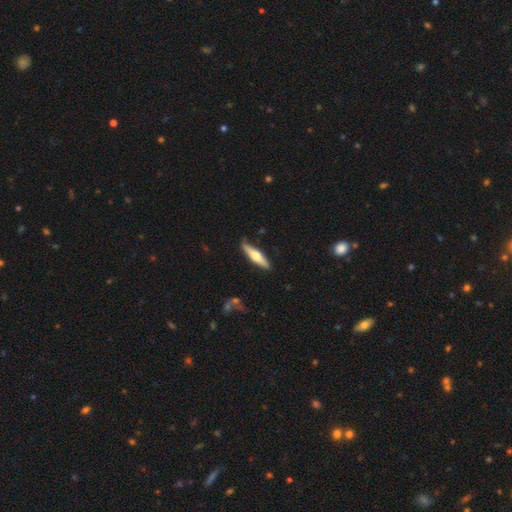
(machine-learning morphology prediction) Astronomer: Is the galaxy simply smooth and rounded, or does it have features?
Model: featured or disk — 50% (runner-up: smooth, 45%).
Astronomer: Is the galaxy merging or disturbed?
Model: none — 87%.